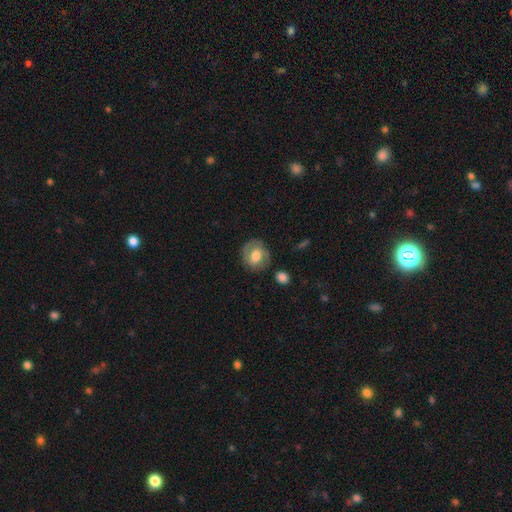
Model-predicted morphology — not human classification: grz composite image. It shows a featured or disk galaxy (49%). Merging: none (74%).